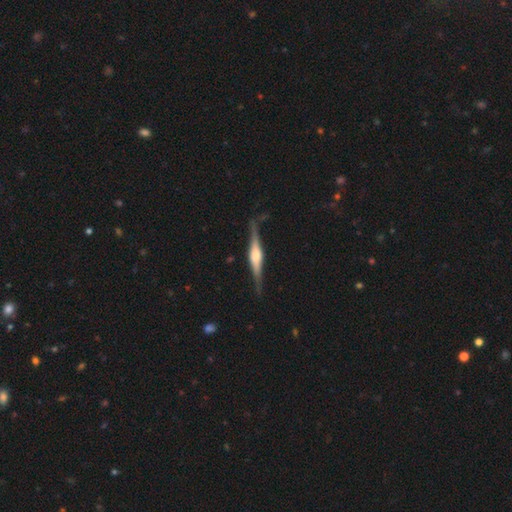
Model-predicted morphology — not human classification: Q: Smooth or featured?
A: featured or disk (80%); runner-up: smooth (15%)
Q: Edge-on disk?
A: yes (98%); runner-up: no (2%)
Q: Edge-on bulge?
A: rounded (80%); runner-up: boxy (16%)
Q: Merging?
A: none (85%); runner-up: minor disturbance (11%)